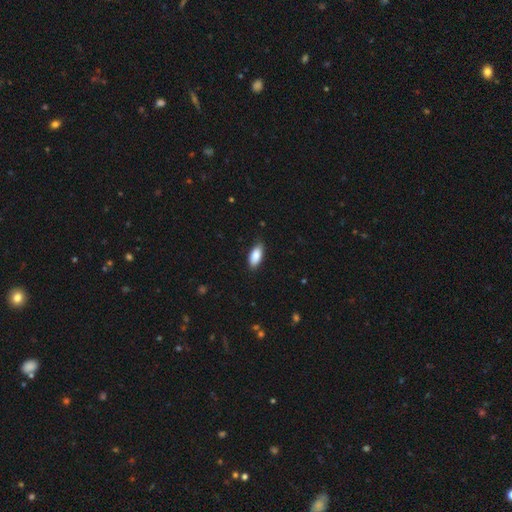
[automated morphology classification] Smooth or featured? smooth (87%)
How rounded? in between (88%)
Merging? none (80%)